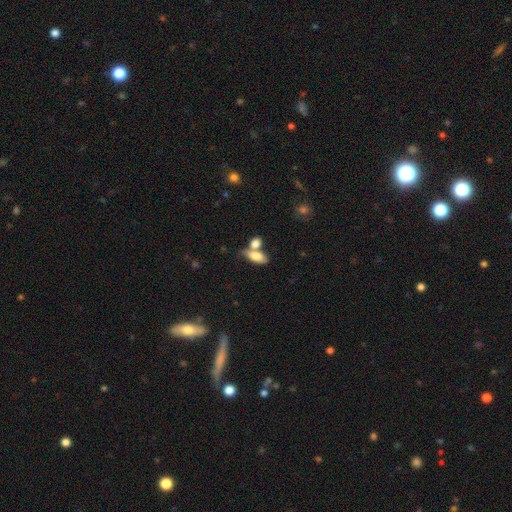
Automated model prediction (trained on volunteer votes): A smooth galaxy with no disk features (78%) that is in between round and cigar-shaped (85%).

Vote fractions:
- Smooth or featured? smooth: 78% / featured or disk: 14% / star or artifact: 8%
- How rounded? in between: 85% / cigar-shaped: 10% / round: 5%
- Merging? merger: 46% / none: 35% / minor disturbance: 13% / major disturbance: 6%